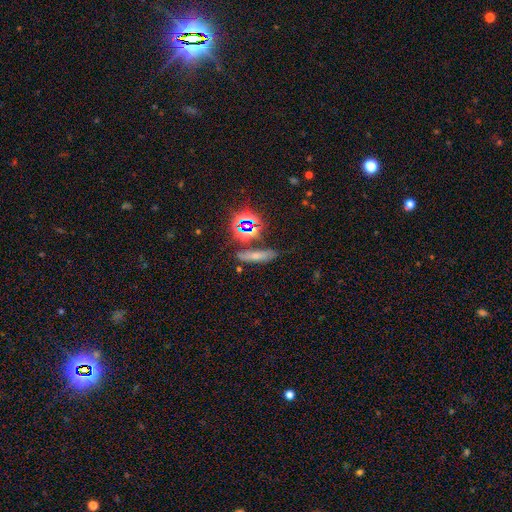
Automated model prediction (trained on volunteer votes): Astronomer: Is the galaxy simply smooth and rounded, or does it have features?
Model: smooth — 55%.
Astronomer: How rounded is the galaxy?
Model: cigar-shaped — 64%.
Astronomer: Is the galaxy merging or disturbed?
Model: none — 70%.